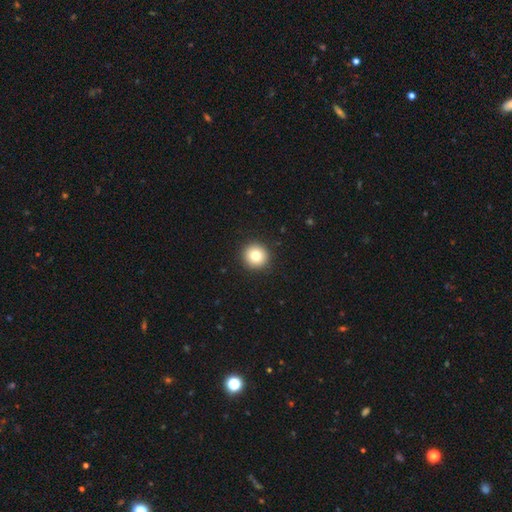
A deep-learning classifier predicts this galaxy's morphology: This is likely a smooth galaxy (80%). How rounded: clearly round (95%). Merging: clearly none (93%).